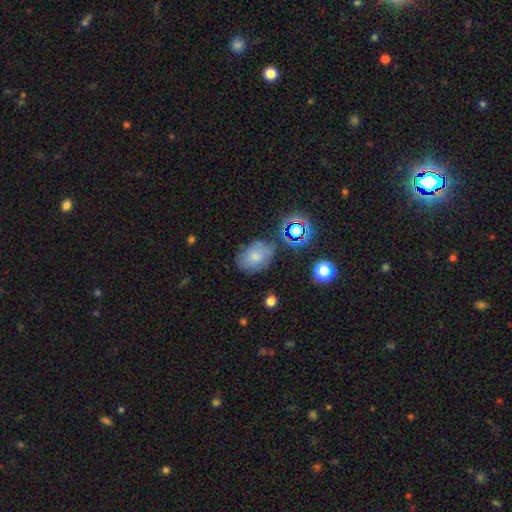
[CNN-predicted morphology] smooth-or-featured: smooth: 69% | featured or disk: 16% | star or artifact: 15%
  how-rounded: in between: 77% | round: 22% | cigar-shaped: 1%
  merging: none: 66% | minor disturbance: 21% | major disturbance: 7% | merger: 6%